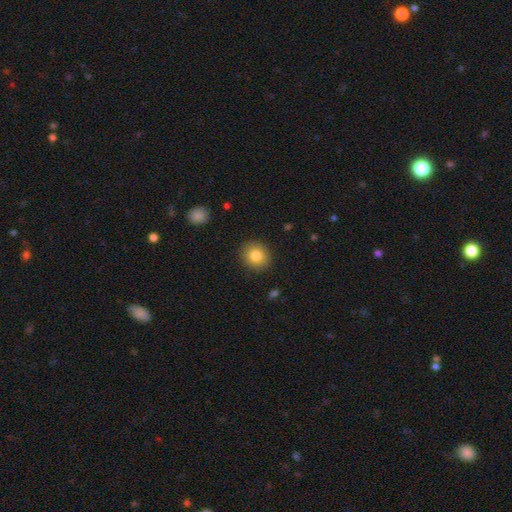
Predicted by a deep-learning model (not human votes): Overall: smooth (82%). How rounded: round (79%). Merging: none (89%).